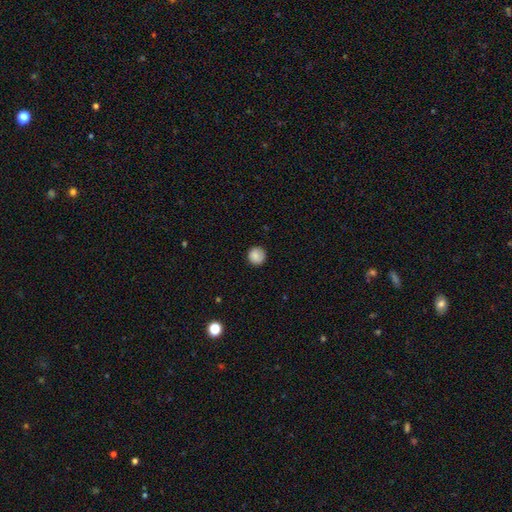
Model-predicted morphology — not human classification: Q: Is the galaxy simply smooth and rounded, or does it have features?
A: smooth — 85%.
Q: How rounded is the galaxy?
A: round — 94%.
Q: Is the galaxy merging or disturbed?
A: none — 86%.